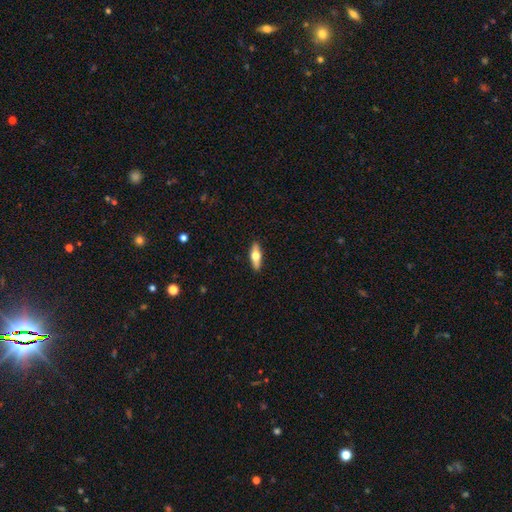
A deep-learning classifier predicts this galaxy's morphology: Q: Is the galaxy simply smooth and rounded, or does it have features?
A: smooth — 54%.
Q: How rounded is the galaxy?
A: in between — 55%.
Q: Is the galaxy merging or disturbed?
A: none — 90%.